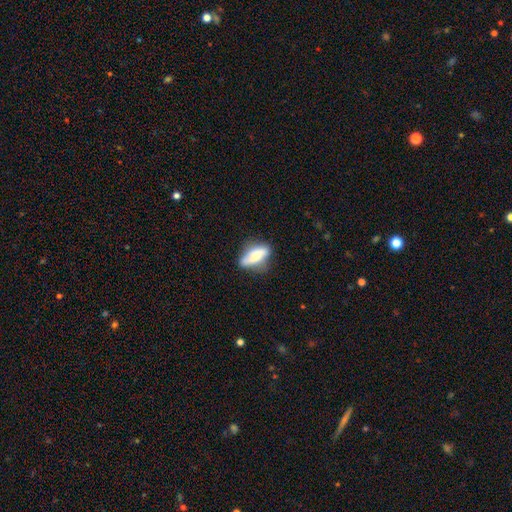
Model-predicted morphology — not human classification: Smooth or featured?
  - smooth: 57% *
  - featured or disk: 36%
  - star or artifact: 7%
How rounded?
  - in between: 68% *
  - cigar-shaped: 28%
  - round: 4%
Merging?
  - none: 63% *
  - minor disturbance: 25%
  - major disturbance: 7%
  - merger: 4%